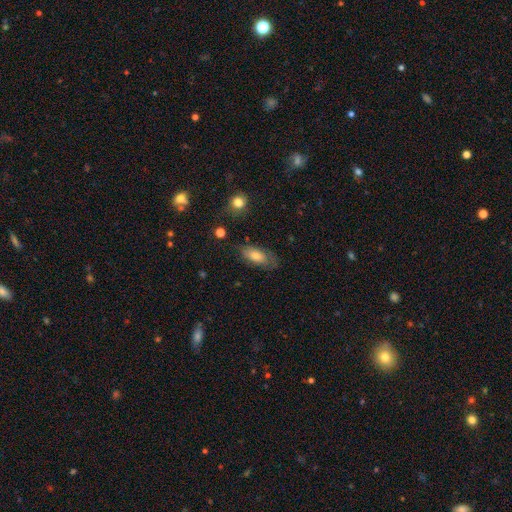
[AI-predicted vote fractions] Smooth or featured: smooth — 71% (featured or disk — 21%)
How rounded: in between — 84% (cigar-shaped — 12%)
Merging: none — 68% (minor disturbance — 22%)